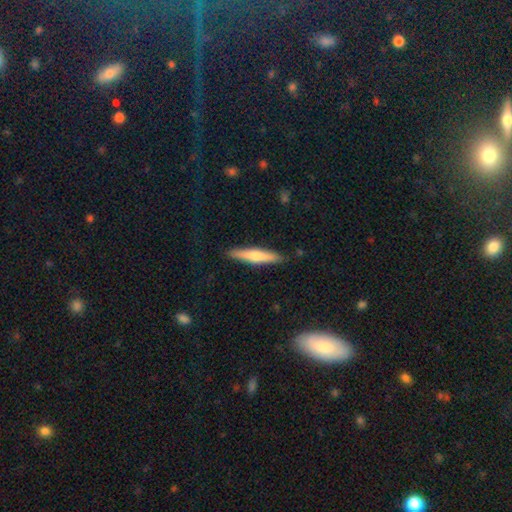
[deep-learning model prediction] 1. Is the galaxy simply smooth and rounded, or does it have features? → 55% smooth, 39% featured or disk, 6% star or artifact.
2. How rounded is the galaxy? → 90% cigar-shaped, 9% in between, 1% round.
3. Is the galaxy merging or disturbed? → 89% none, 8% minor disturbance, 2% major disturbance, 1% merger.